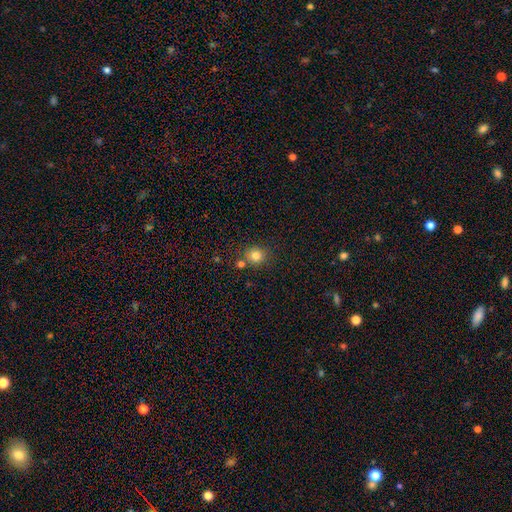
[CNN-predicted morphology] A smooth galaxy with no disk features (81%) that is round (86%). Merging: none (78%).